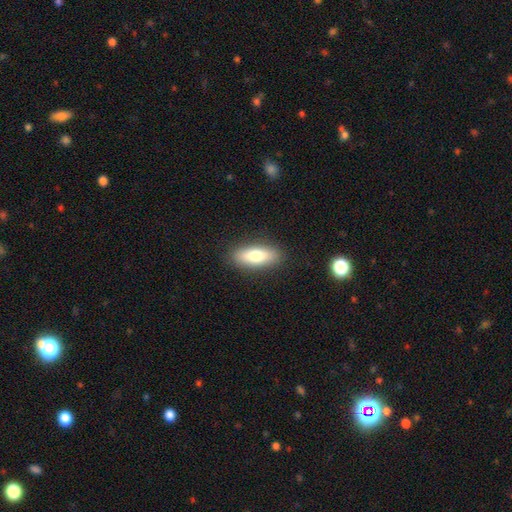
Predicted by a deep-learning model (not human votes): smooth_or_featured: smooth (p=0.75) [alt: featured or disk p=0.18]
how_rounded: in between (p=0.69) [alt: cigar-shaped p=0.29]
merging: none (p=0.88) [alt: minor disturbance p=0.08]